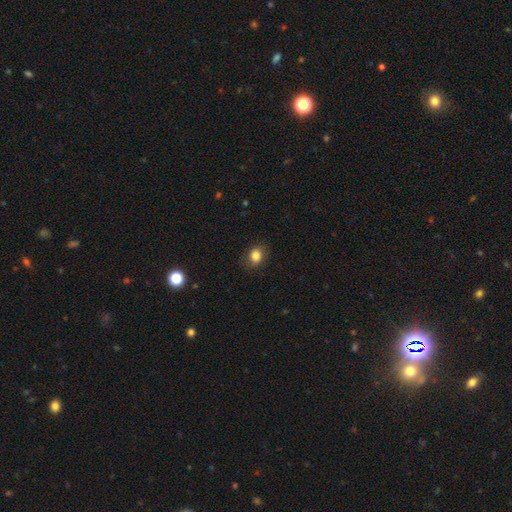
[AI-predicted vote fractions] Morphology: type=smooth (83%); roundness=round (51%); merging=none (83%).